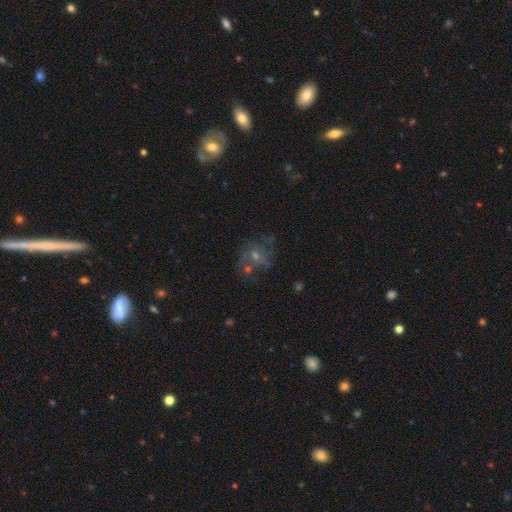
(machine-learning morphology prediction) Q: Smooth or featured?
A: featured or disk (44%); runner-up: smooth (30%)
Q: Merging?
A: none (56%); runner-up: minor disturbance (17%)